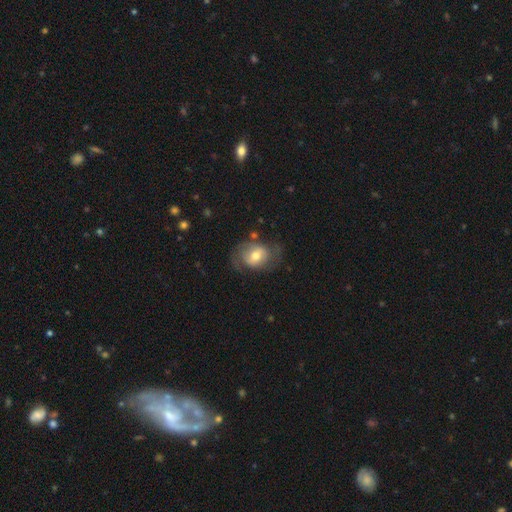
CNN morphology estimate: This is possibly a smooth galaxy (48%). Merging: possibly none (58%).